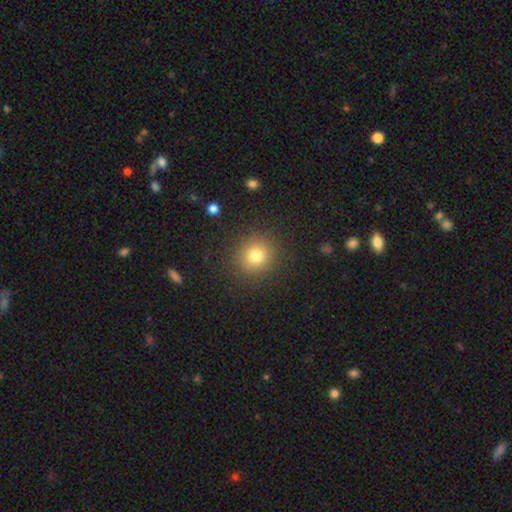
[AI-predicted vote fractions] A smooth galaxy with no disk features (78%) that is round (91%). Merging: none (89%).